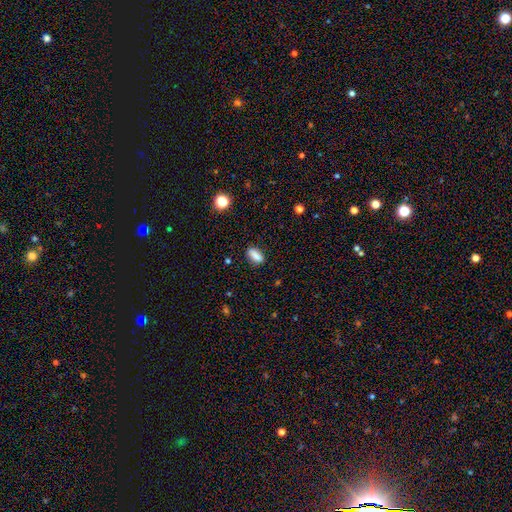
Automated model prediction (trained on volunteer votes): The model was most divided on "how rounded": in between: 77%, cigar-shaped: 18%, round: 5%. More confident: smooth or featured — smooth (84%); merging — none (84%).